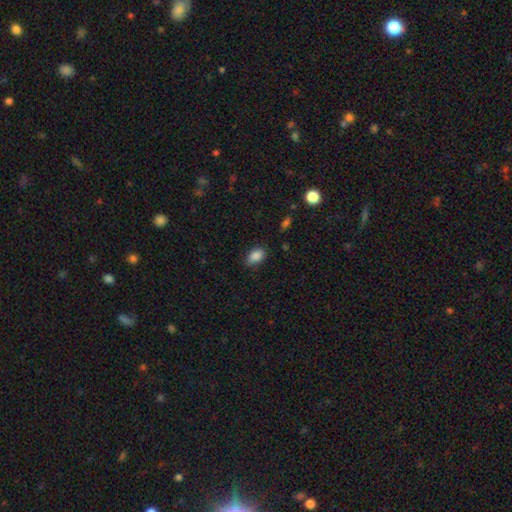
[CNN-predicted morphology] smooth-or-featured: smooth: 87% | star or artifact: 9% | featured or disk: 4%
  how-rounded: in between: 88% | round: 10% | cigar-shaped: 2%
  merging: none: 74% | minor disturbance: 21% | major disturbance: 4% | merger: 1%